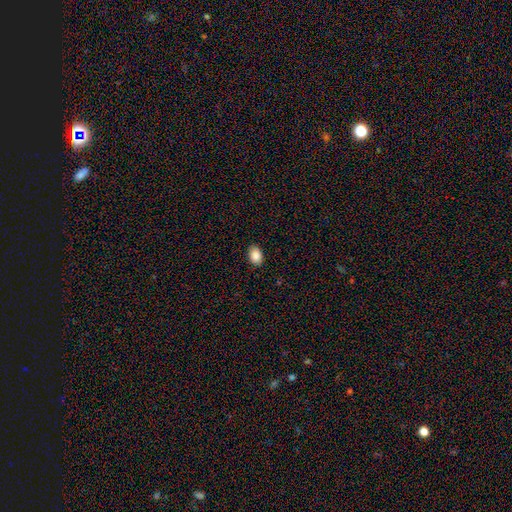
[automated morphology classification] type=smooth (87%); roundness=in between (83%); merging=none (88%).